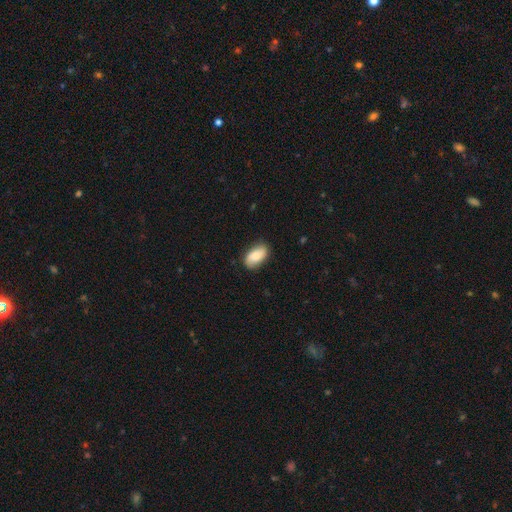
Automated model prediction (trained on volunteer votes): smooth 79%, featured or disk 15%, star or artifact 6%. Down the decision tree: how rounded — in between (93%); merging — none (82%).